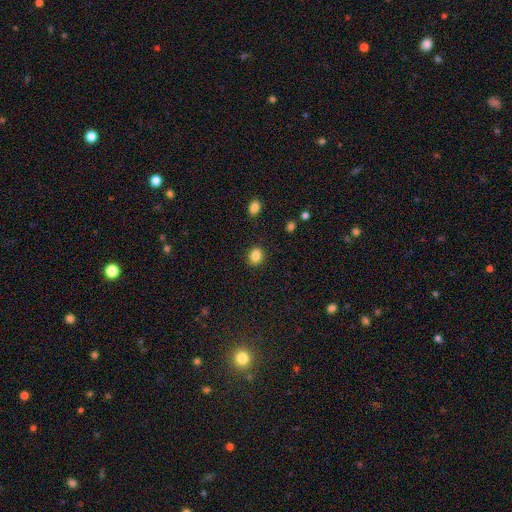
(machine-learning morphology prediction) Overall: smooth (86%). How rounded: round (57%; in between 42%). Merging: none (88%).